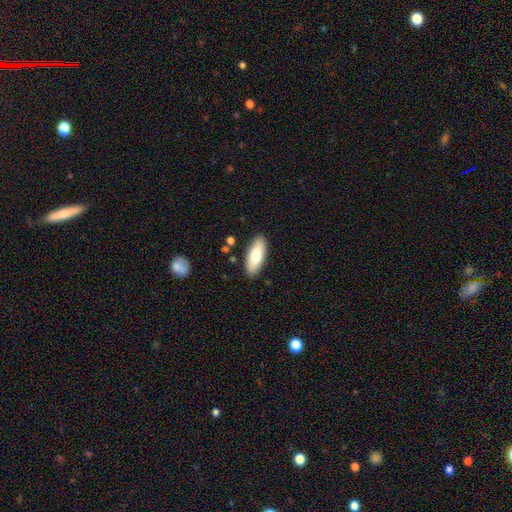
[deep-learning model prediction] The model was most divided on "how rounded": in between: 76%, cigar-shaped: 22%, round: 2%. More confident: merging — none (87%); smooth or featured — smooth (77%).